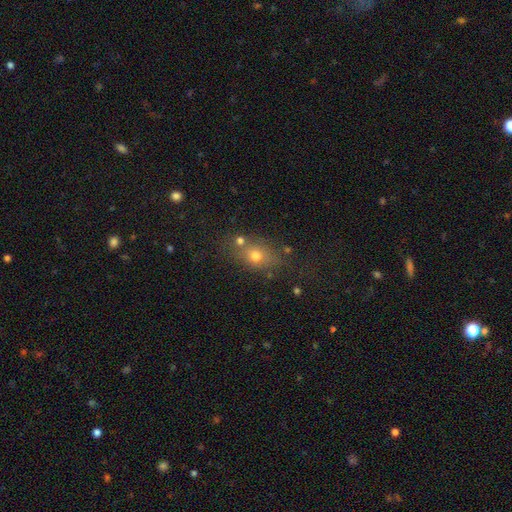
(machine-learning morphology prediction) Smooth or featured? smooth (68%)
How rounded? in between (51%)
Merging? none (61%)